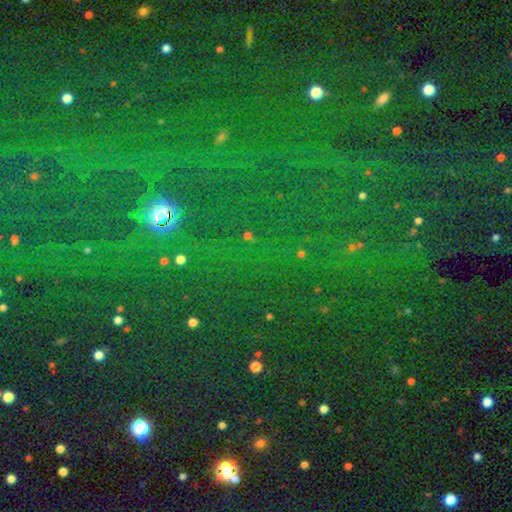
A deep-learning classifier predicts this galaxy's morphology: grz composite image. It shows a star or artifact, not a galaxy (81%).